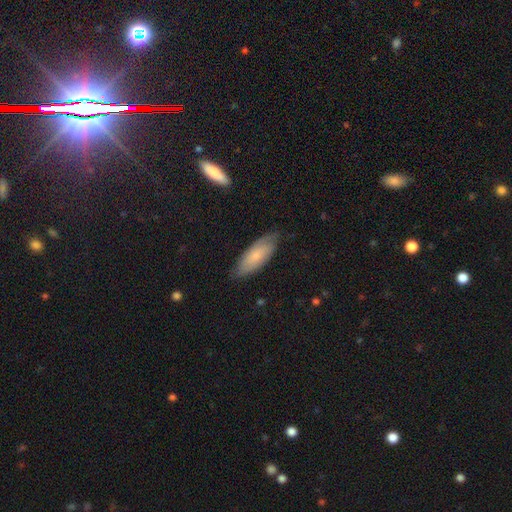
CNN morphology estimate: Q: Smooth or featured?
A: smooth (61%); runner-up: featured or disk (32%)
Q: How rounded?
A: in between (72%); runner-up: cigar-shaped (26%)
Q: Merging?
A: none (75%); runner-up: minor disturbance (20%)